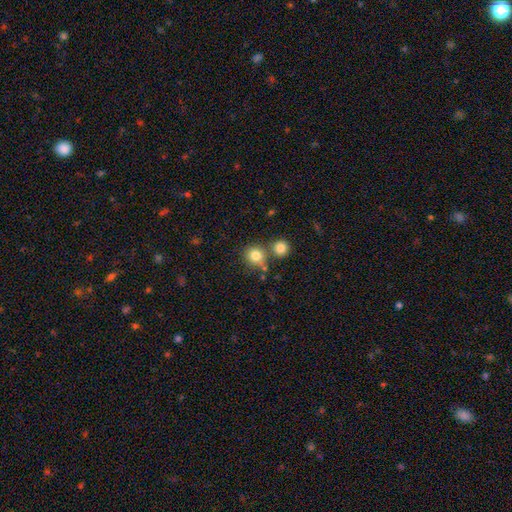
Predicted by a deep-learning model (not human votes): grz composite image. It shows a smooth galaxy with no disk features (81%) that is round (87%). Merging: none (64%).